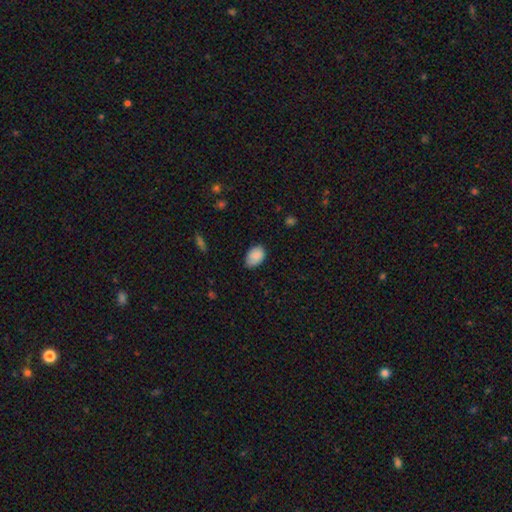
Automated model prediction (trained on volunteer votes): Smooth or featured? smooth (88%)
How rounded? in between (86%)
Merging? none (71%)